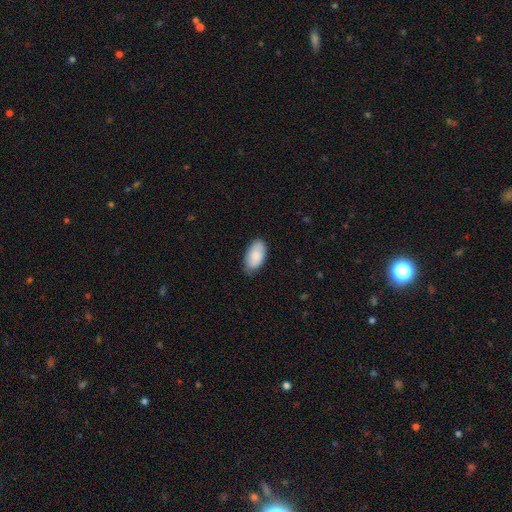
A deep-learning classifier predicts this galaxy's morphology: This is clearly a smooth galaxy (86%). How rounded: clearly in between (95%). Merging: likely none (76%).